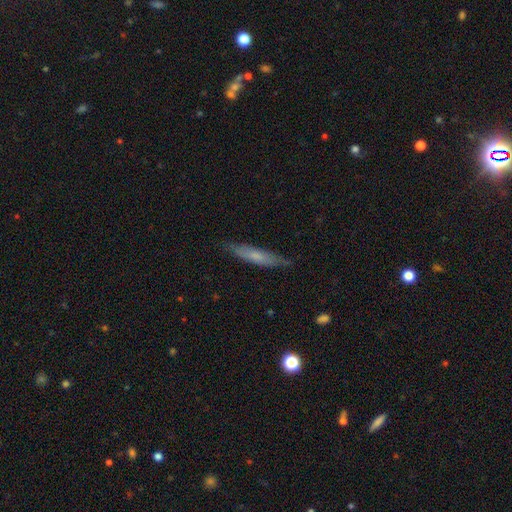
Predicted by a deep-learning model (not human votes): This appears to be a smooth galaxy with no disk features (60%) that is cigar-shaped (88%). Merging: none (82%).